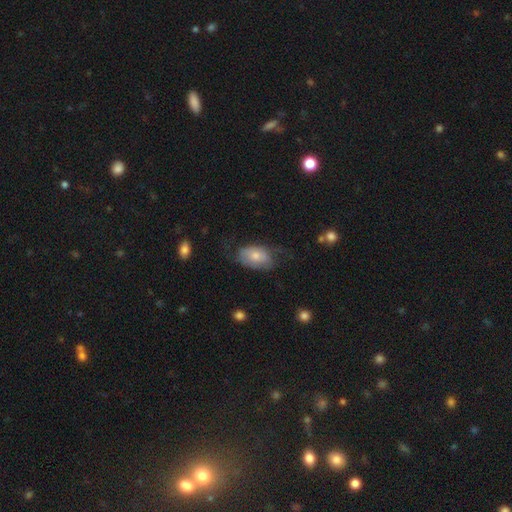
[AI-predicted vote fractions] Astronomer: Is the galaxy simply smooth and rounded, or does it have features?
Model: smooth — 65%.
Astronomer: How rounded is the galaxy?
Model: in between — 91%.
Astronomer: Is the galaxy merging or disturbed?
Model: none — 48% (runner-up: minor disturbance, 30%).